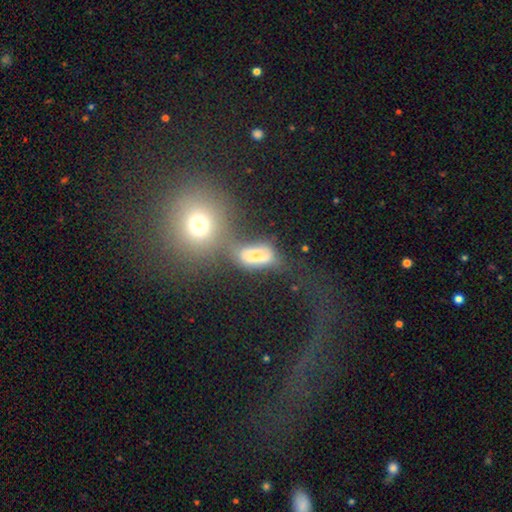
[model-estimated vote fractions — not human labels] A smooth galaxy with no disk features (57%) that is in between round and cigar-shaped (80%).

Vote fractions:
- Smooth or featured? smooth: 57% / featured or disk: 26% / star or artifact: 17%
- How rounded? in between: 80% / round: 12% / cigar-shaped: 9%
- Merging? merger: 38% / none: 29% / major disturbance: 18% / minor disturbance: 16%